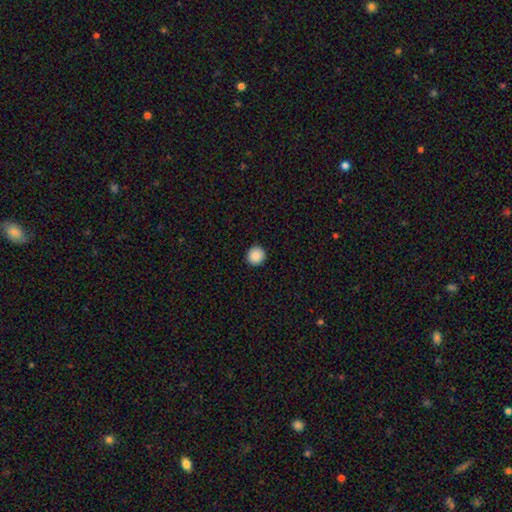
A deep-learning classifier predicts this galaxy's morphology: Smooth or featured? Predicted: smooth (p=0.88). How rounded? Predicted: round (p=0.93). Merging? Predicted: none (p=0.93).